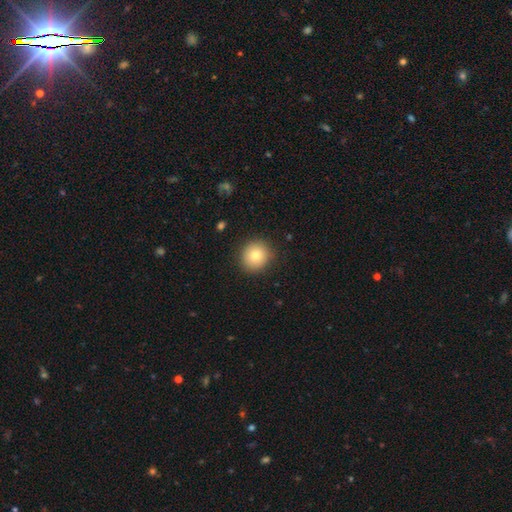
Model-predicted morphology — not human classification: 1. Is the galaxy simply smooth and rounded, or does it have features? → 79% smooth, 11% featured or disk, 10% star or artifact.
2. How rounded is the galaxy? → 90% round, 9% in between, 1% cigar-shaped.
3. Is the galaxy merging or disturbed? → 89% none, 7% minor disturbance, 2% major disturbance, 1% merger.